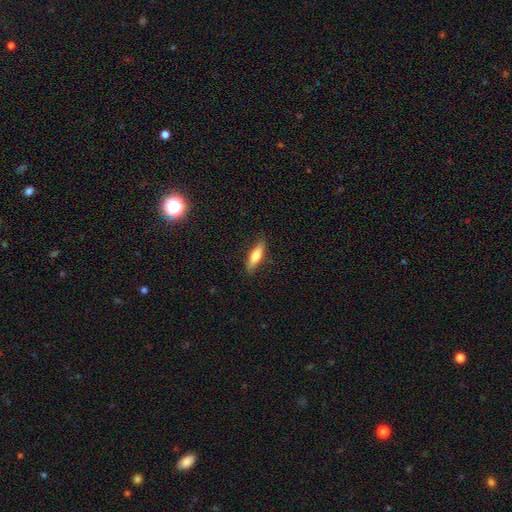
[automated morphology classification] The model was most divided on "how rounded": cigar-shaped: 56%, in between: 41%, round: 2%. More confident: merging — none (85%); smooth or featured — smooth (68%).